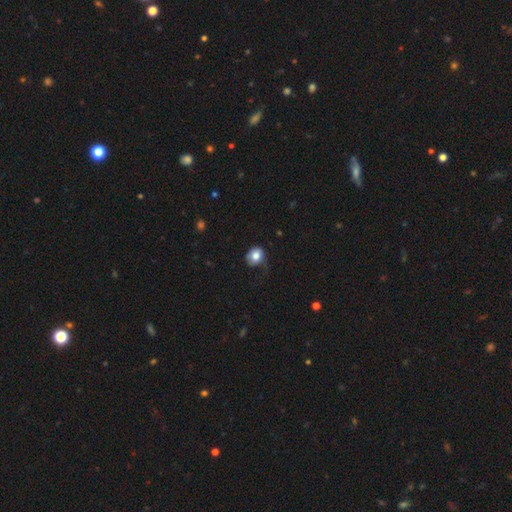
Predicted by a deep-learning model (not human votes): Q: Smooth or featured?
A: smooth (80%); runner-up: featured or disk (12%)
Q: How rounded?
A: round (66%); runner-up: in between (33%)
Q: Merging?
A: none (53%); runner-up: minor disturbance (29%)